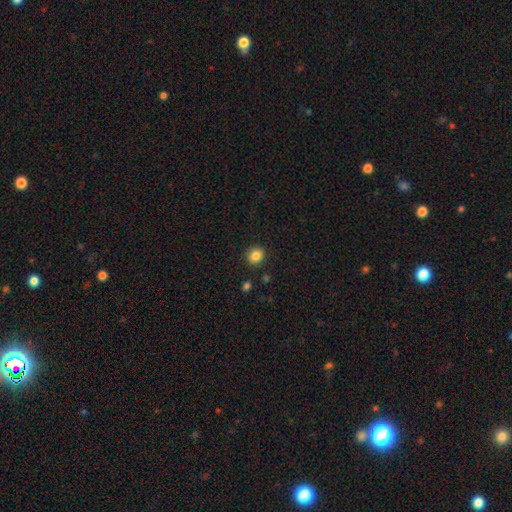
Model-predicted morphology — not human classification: Q: Smooth or featured?
A: smooth (86%); runner-up: star or artifact (10%)
Q: How rounded?
A: round (78%); runner-up: in between (21%)
Q: Merging?
A: none (89%); runner-up: minor disturbance (7%)